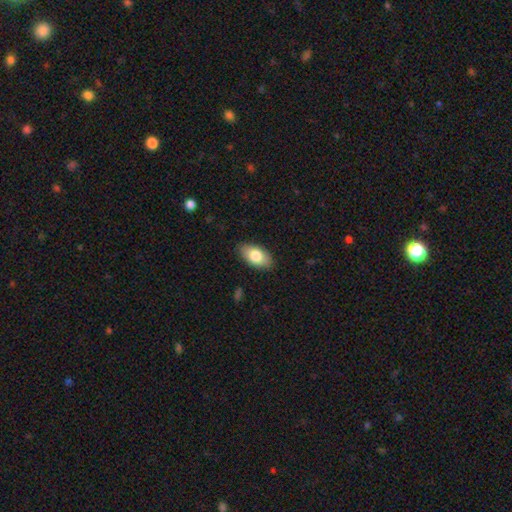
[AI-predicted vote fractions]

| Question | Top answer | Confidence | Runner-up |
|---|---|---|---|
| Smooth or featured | smooth | 80% | featured or disk (14%) |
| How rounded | in between | 94% | round (4%) |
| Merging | none | 87% | minor disturbance (10%) |